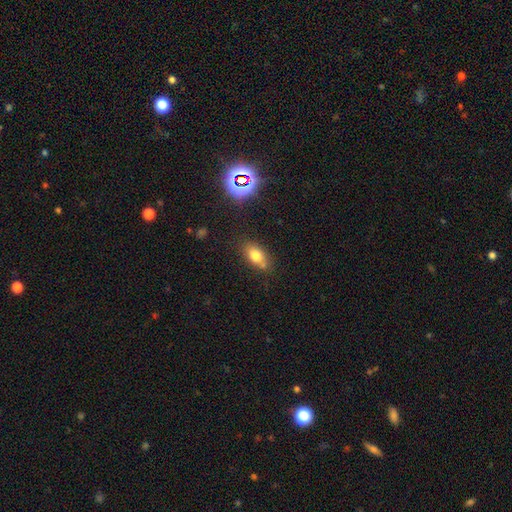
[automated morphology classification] The model was most divided on "merging": none: 69%, minor disturbance: 17%, merger: 9%, major disturbance: 4%. More confident: how rounded — in between (83%); smooth or featured — smooth (76%).